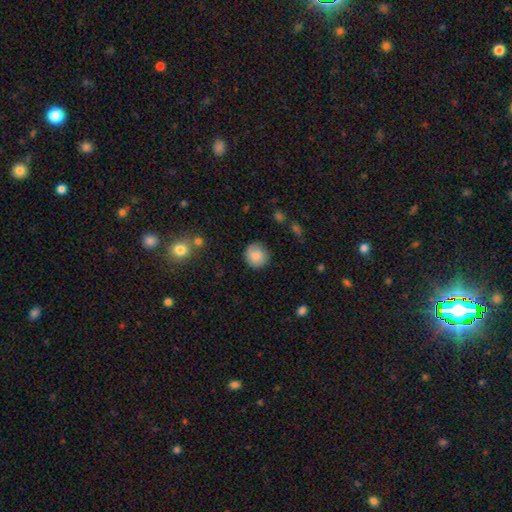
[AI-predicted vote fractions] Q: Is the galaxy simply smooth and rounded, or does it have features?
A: smooth — 85%.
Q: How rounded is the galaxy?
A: round — 92%.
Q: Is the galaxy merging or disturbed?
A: none — 85%.